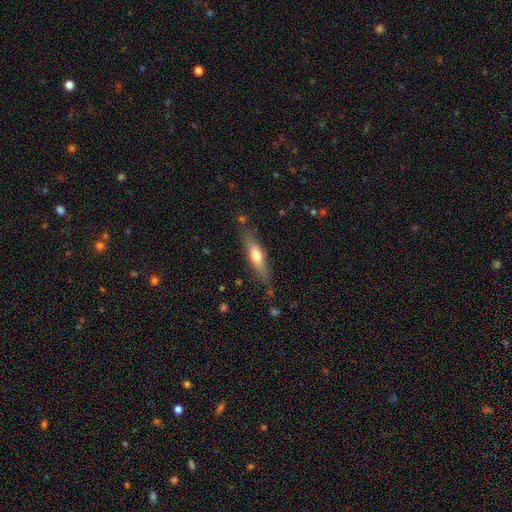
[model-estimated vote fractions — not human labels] Overall: smooth (56%; featured or disk 38%). How rounded: cigar-shaped (71%). Merging: none (79%).